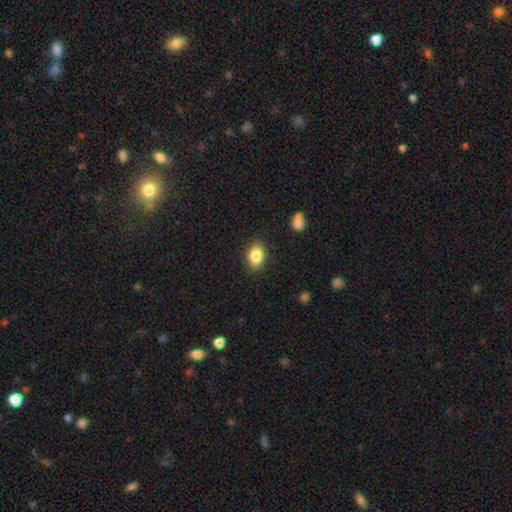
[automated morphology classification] Smooth or featured?
  - smooth: 85% *
  - star or artifact: 8%
  - featured or disk: 7%
How rounded?
  - in between: 79% *
  - round: 19%
  - cigar-shaped: 1%
Merging?
  - none: 86% *
  - minor disturbance: 10%
  - major disturbance: 2%
  - merger: 1%